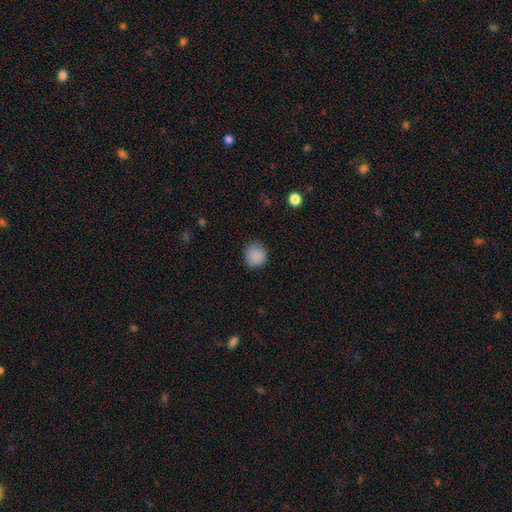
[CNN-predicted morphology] smooth-or-featured: smooth: 88% | star or artifact: 9% | featured or disk: 4%
  how-rounded: round: 88% | in between: 11% | cigar-shaped: 1%
  merging: none: 83% | minor disturbance: 13% | major disturbance: 3% | merger: 1%